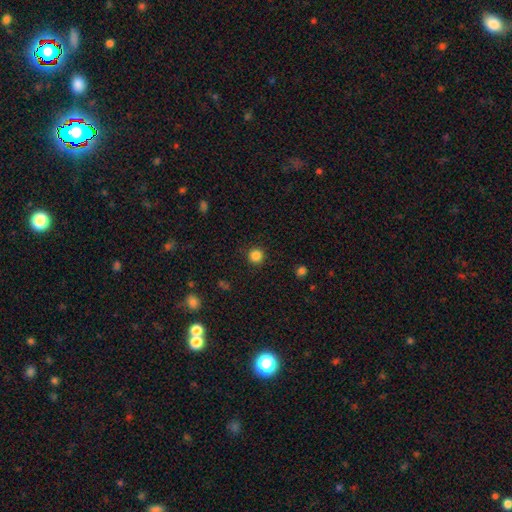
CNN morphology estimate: A smooth galaxy with no disk features (85%) that is round (96%). Merging: none (92%).